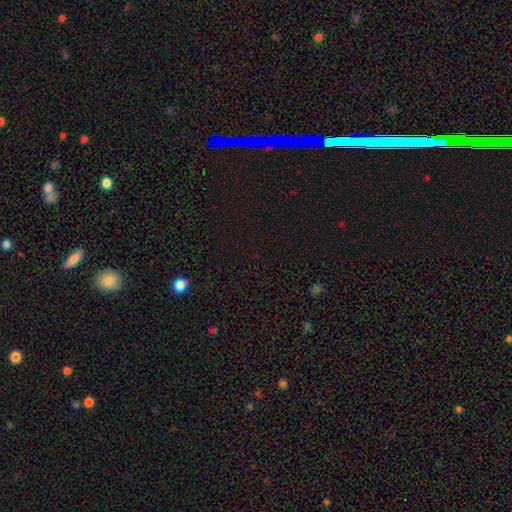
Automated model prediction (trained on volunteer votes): Overall: star or artifact (71%).